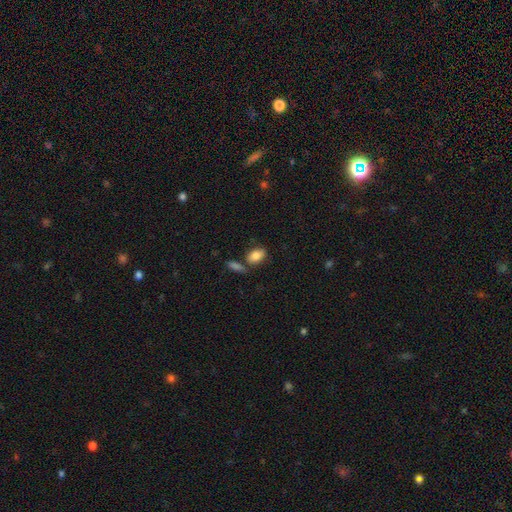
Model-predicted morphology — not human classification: Overall: smooth (84%). How rounded: in between (88%). Merging: none (65%).